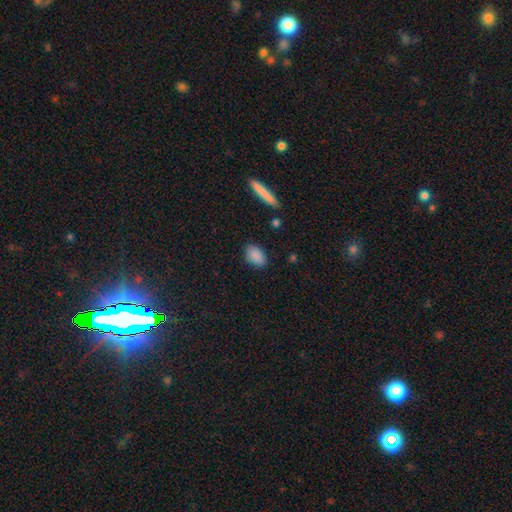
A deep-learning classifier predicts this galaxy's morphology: Q: Smooth or featured?
A: smooth (88%); runner-up: star or artifact (7%)
Q: How rounded?
A: in between (88%); runner-up: round (10%)
Q: Merging?
A: none (85%); runner-up: minor disturbance (11%)